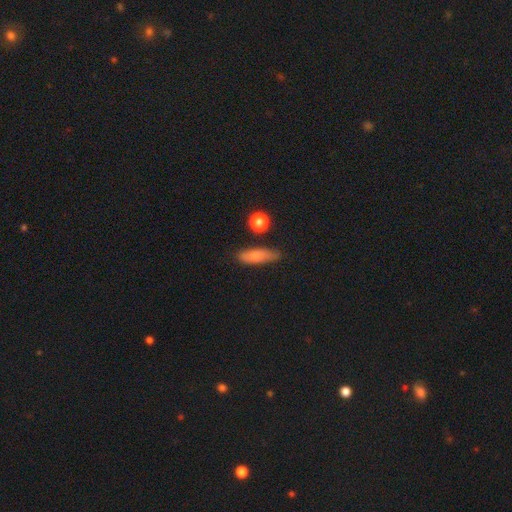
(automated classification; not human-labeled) A smooth galaxy with no disk features (70%) that is cigar-shaped (52%).

Vote fractions:
- Smooth or featured? smooth: 70% / featured or disk: 21% / star or artifact: 9%
- How rounded? cigar-shaped: 52% / in between: 43% / round: 5%
- Merging? none: 74% / minor disturbance: 19% / major disturbance: 4% / merger: 3%